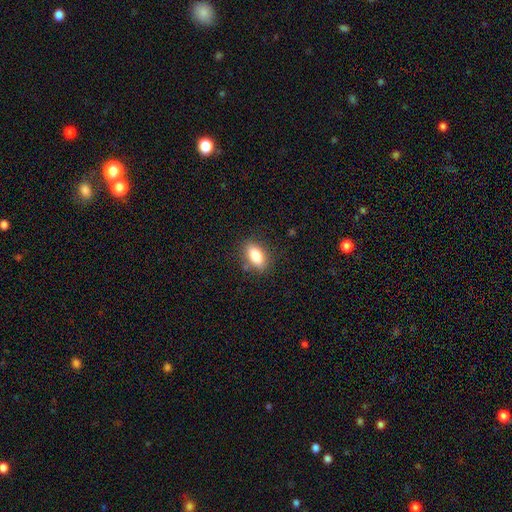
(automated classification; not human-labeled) Q: Smooth or featured?
A: smooth (83%); runner-up: featured or disk (9%)
Q: How rounded?
A: in between (87%); runner-up: round (8%)
Q: Merging?
A: none (83%); runner-up: minor disturbance (12%)